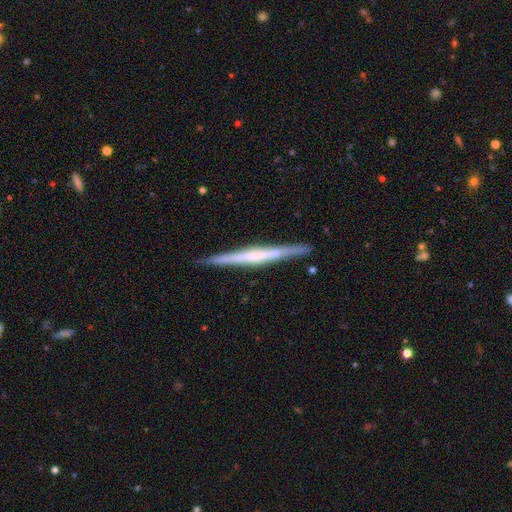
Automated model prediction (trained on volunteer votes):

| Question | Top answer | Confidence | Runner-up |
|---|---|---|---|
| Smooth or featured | featured or disk | 69% | smooth (25%) |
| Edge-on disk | yes | 98% | no (2%) |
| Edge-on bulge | none | 49% | rounded (27%) |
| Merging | none | 90% | minor disturbance (8%) |